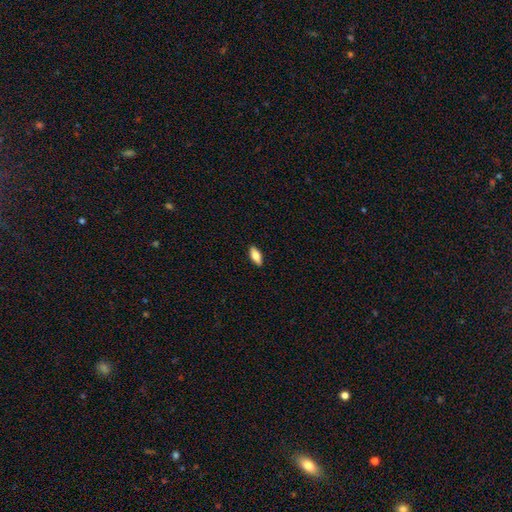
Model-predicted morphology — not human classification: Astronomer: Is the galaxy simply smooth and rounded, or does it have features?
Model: smooth — 77%.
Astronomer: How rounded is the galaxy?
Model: in between — 82%.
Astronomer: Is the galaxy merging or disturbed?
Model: none — 89%.